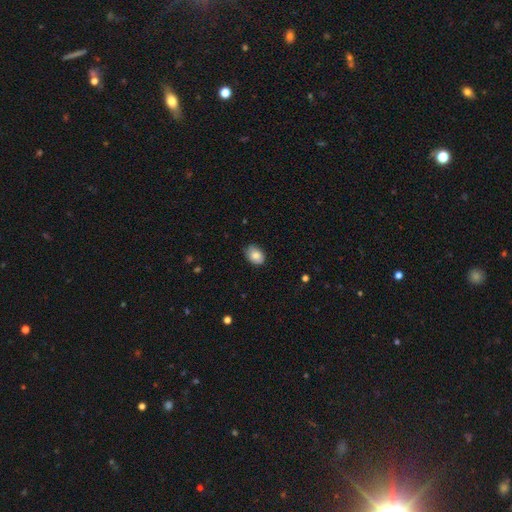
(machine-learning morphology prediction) type=smooth (83%); roundness=in between (74%); merging=none (81%).